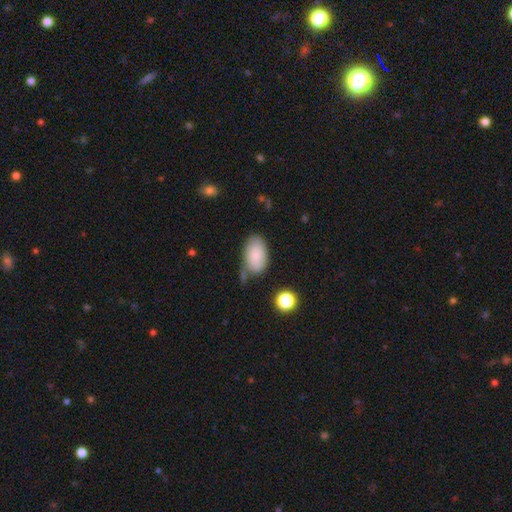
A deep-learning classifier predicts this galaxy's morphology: type=smooth (84%); roundness=in between (93%); merging=none (58%).